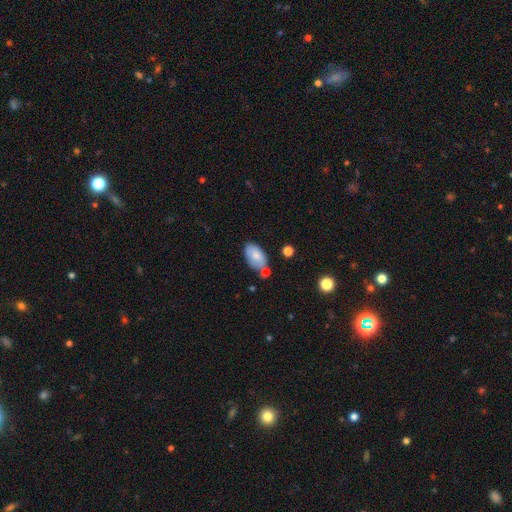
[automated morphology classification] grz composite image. It shows a smooth galaxy with no disk features (76%) that is in between round and cigar-shaped (94%). Merging: none (55%).